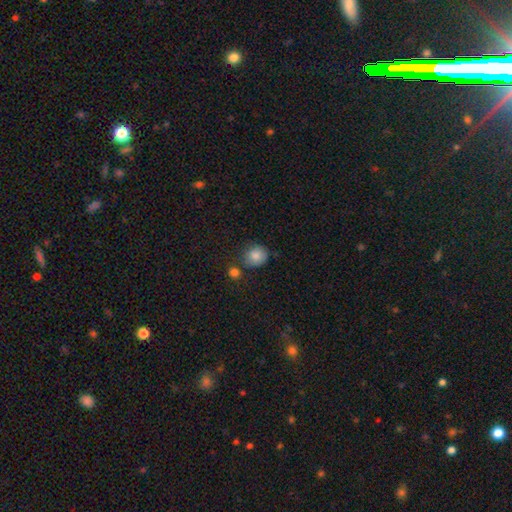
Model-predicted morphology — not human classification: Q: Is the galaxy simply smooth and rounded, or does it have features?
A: smooth — 85%.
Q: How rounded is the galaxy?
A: round — 78%.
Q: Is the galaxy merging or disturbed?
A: none — 67%.